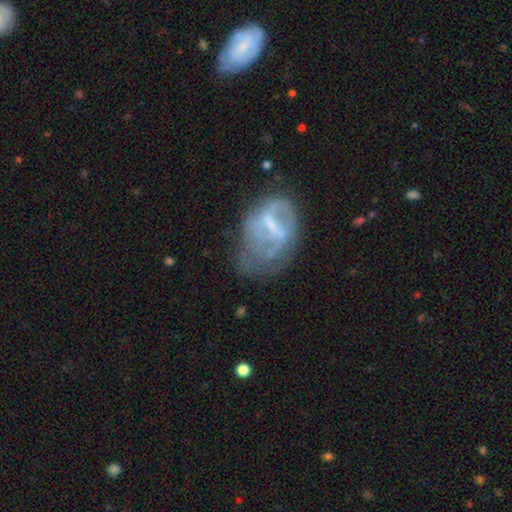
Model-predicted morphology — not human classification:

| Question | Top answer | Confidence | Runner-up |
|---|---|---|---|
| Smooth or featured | featured or disk | 65% | smooth (24%) |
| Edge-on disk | no | 96% | yes (4%) |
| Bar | weak | 45% | strong (33%) |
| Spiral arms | no | 52% | yes (48%) |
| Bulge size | small | 37% | none (36%) |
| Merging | none | 39% | minor disturbance (29%) |